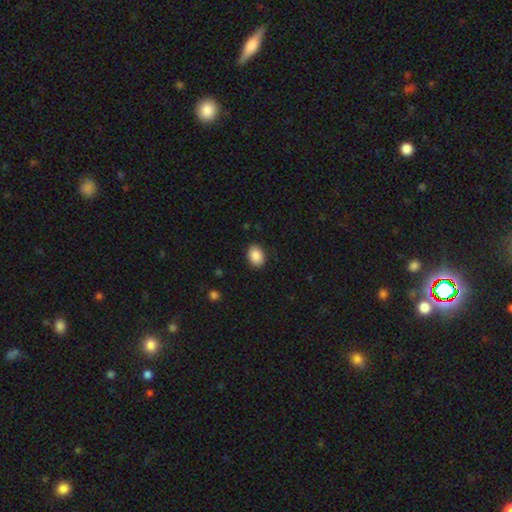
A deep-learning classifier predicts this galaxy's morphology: The model was most divided on "how rounded": in between: 80%, round: 20%, cigar-shaped: 1%. More confident: smooth or featured — smooth (89%); merging — none (88%).